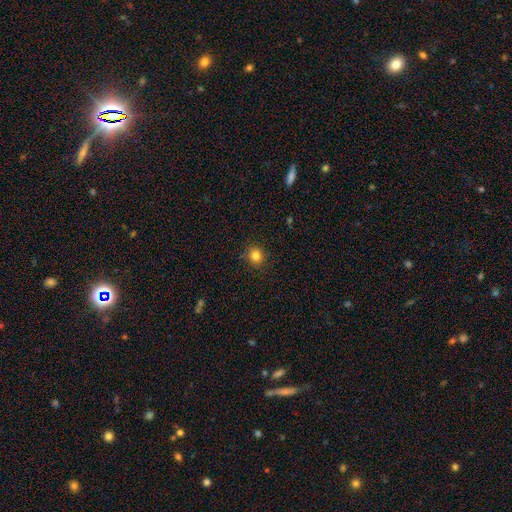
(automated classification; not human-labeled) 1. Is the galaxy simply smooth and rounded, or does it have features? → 83% smooth, 12% star or artifact, 5% featured or disk.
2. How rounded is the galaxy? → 88% round, 11% in between, 1% cigar-shaped.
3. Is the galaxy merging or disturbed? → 89% none, 8% minor disturbance, 2% major disturbance, 1% merger.